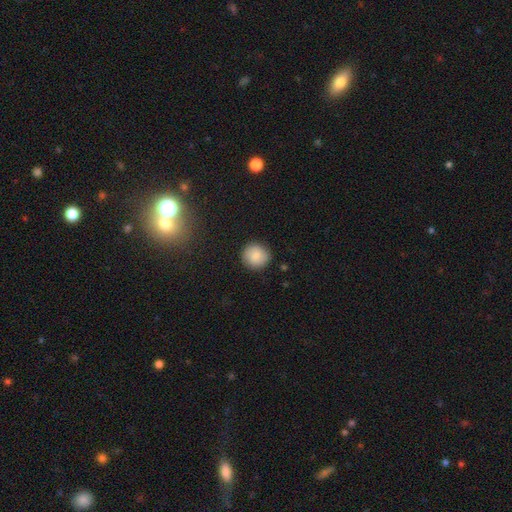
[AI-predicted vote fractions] Smooth or featured: smooth — 85% (star or artifact — 8%)
How rounded: round — 92% (in between — 7%)
Merging: none — 89% (minor disturbance — 8%)